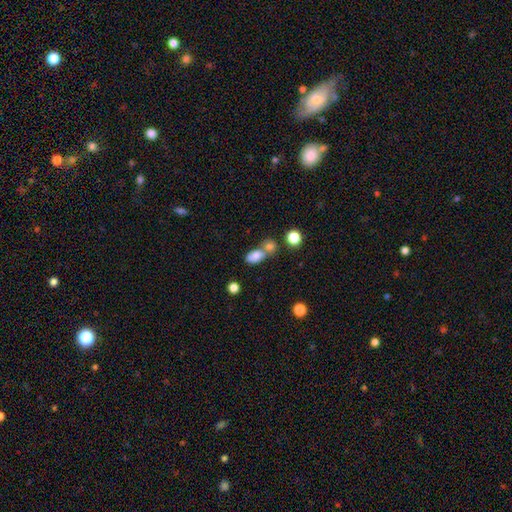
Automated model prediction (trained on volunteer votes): A smooth galaxy with no disk features (79%) that is in between round and cigar-shaped (81%). Merging: merger (51%).